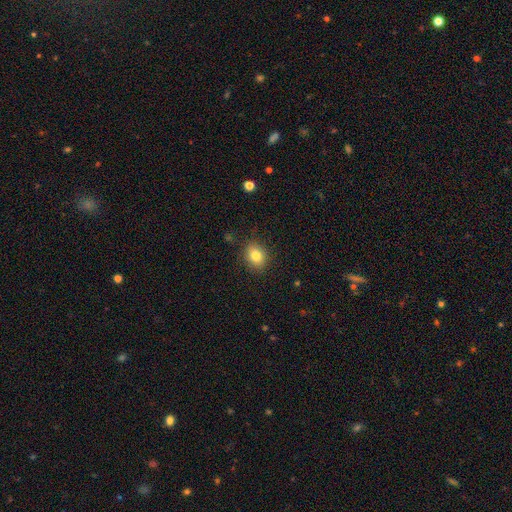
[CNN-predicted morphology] smooth-or-featured: smooth: 81% | star or artifact: 10% | featured or disk: 9%
  how-rounded: in between: 53% | round: 46% | cigar-shaped: 1%
  merging: none: 87% | minor disturbance: 10% | major disturbance: 3% | merger: 1%